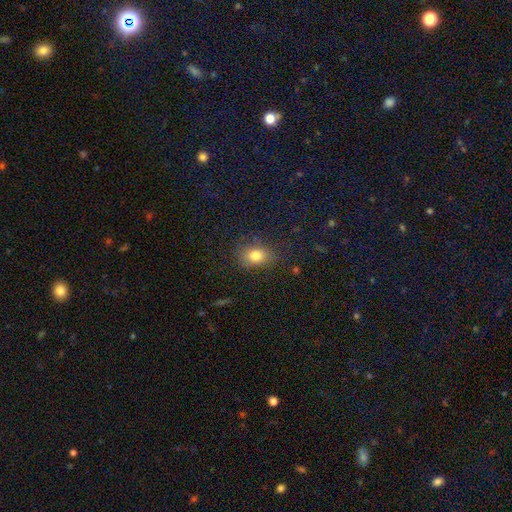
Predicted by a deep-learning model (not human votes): This appears to be a smooth galaxy with no disk features (80%) that is in between round and cigar-shaped (63%). Merging: none (76%).